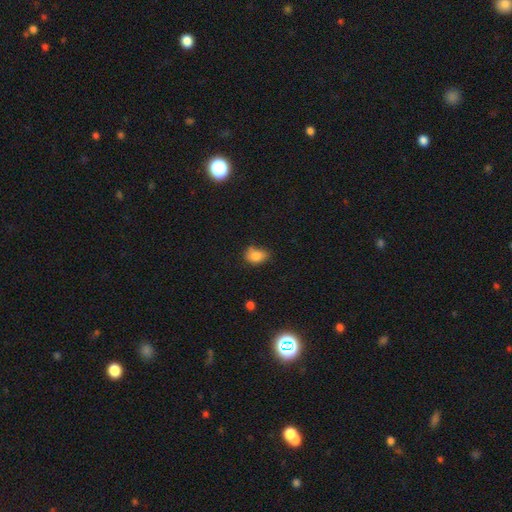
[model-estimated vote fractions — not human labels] Morphology: type=smooth (82%); roundness=in between (68%); merging=none (49%).